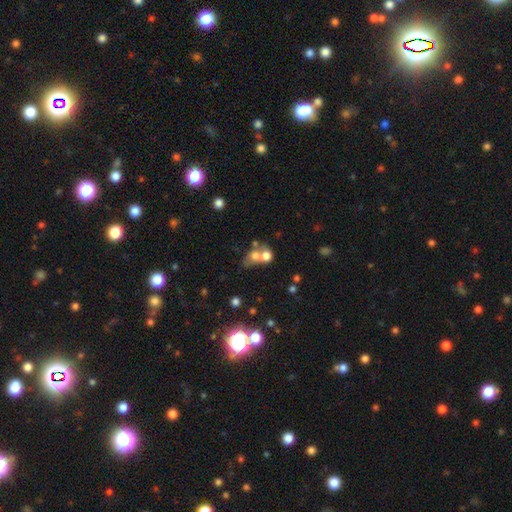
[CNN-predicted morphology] smooth_or_featured: smooth (p=0.63) [alt: featured or disk p=0.23]
how_rounded: round (p=0.58) [alt: in between p=0.40]
merging: merger (p=0.65) [alt: none p=0.22]